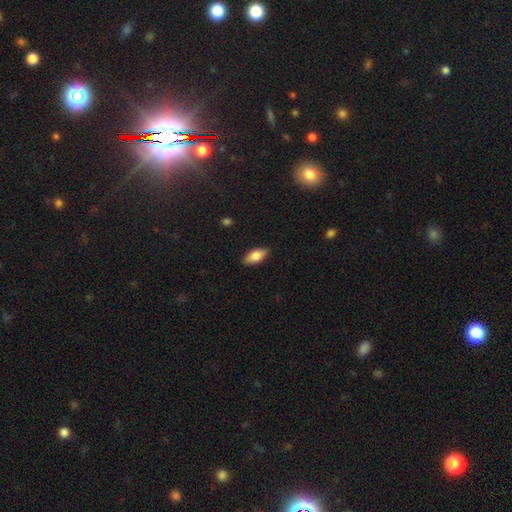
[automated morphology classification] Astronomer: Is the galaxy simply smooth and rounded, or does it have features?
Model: smooth — 77%.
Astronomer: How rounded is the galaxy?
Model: in between — 86%.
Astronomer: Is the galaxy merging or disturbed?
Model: none — 87%.